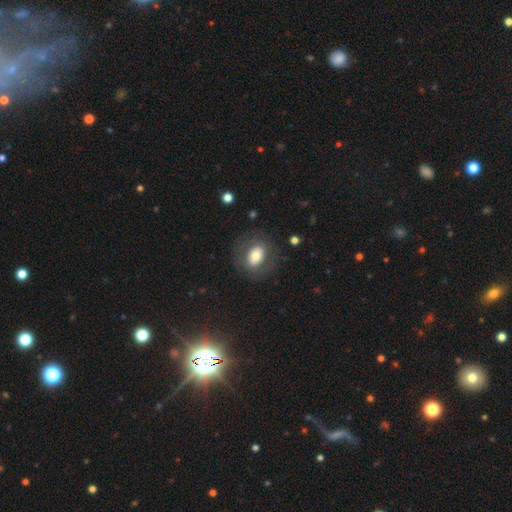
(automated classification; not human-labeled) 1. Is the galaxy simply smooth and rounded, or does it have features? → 64% smooth, 28% featured or disk, 8% star or artifact.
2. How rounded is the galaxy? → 54% in between, 45% round, 1% cigar-shaped.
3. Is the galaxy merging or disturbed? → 77% none, 12% minor disturbance, 9% major disturbance, 1% merger.